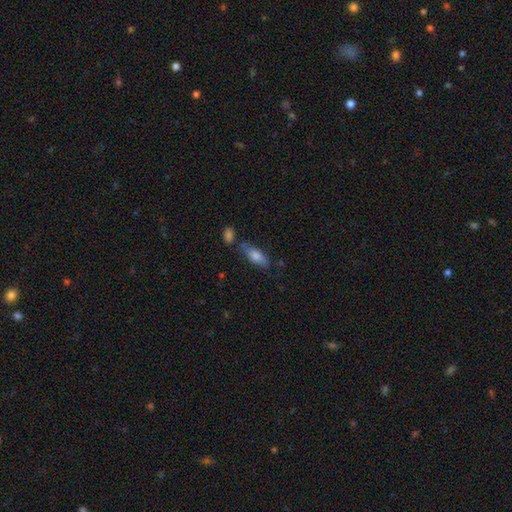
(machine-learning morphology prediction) smooth-or-featured: smooth: 72% | featured or disk: 20% | star or artifact: 8%
  how-rounded: in between: 66% | cigar-shaped: 32% | round: 3%
  merging: none: 64% | minor disturbance: 18% | merger: 13% | major disturbance: 5%